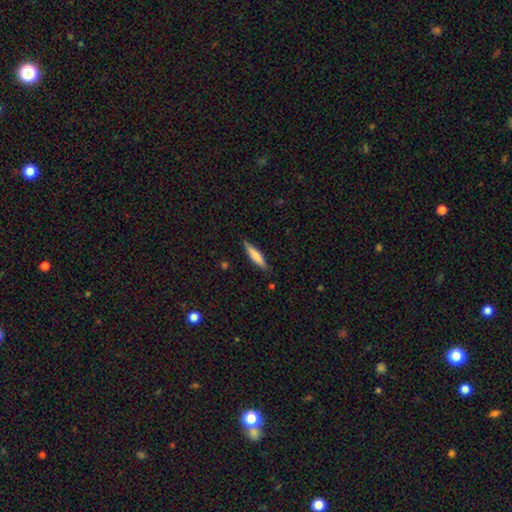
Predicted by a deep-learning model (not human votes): A smooth galaxy with no disk features (72%) that is cigar-shaped (84%).

Vote fractions:
- Smooth or featured? smooth: 72% / featured or disk: 22% / star or artifact: 6%
- How rounded? cigar-shaped: 84% / in between: 15% / round: 1%
- Merging? none: 84% / minor disturbance: 12% / major disturbance: 2% / merger: 1%